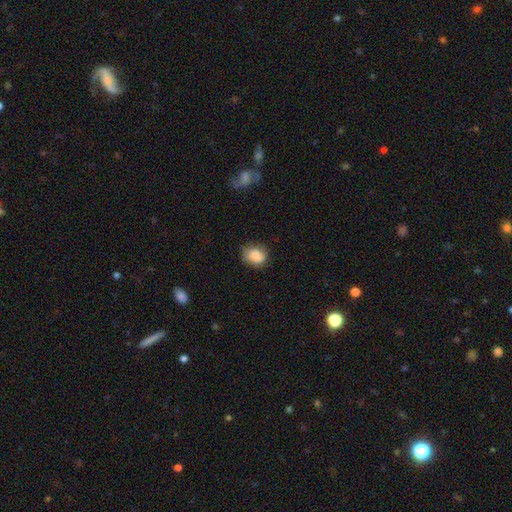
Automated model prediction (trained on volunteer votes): Q: Smooth or featured?
A: smooth (86%); runner-up: star or artifact (8%)
Q: How rounded?
A: round (54%); runner-up: in between (45%)
Q: Merging?
A: none (68%); runner-up: minor disturbance (24%)